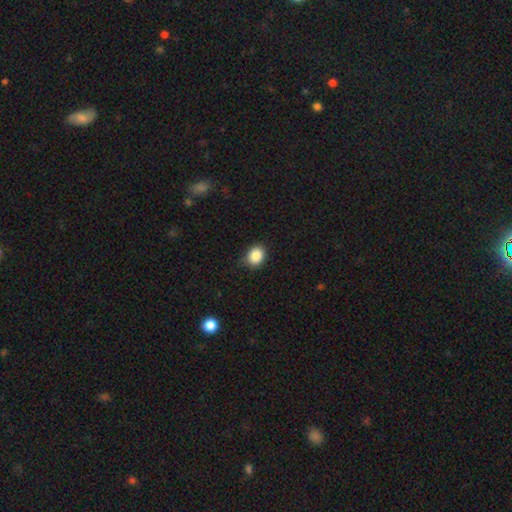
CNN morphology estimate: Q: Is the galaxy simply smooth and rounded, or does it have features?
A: smooth — 86%.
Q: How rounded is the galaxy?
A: in between — 51%.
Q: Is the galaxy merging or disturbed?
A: none — 82%.